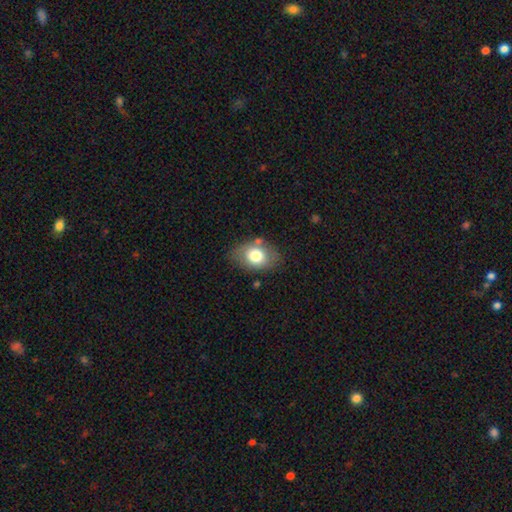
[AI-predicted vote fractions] Smooth or featured? Predicted: smooth (p=0.74). How rounded? Predicted: in between (p=0.75). Merging? Predicted: none (p=0.73).